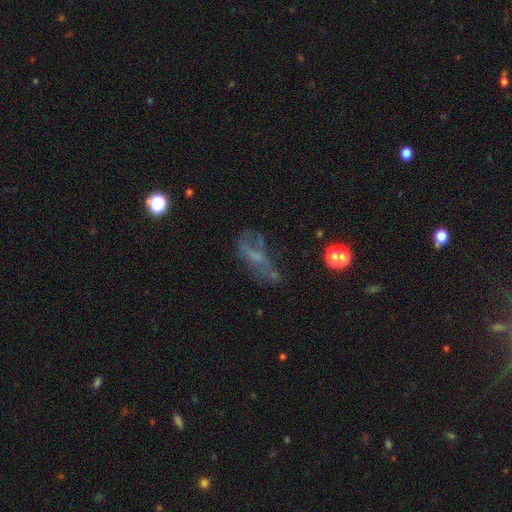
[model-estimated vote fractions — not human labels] This appears to be a featured or disk galaxy (46%). Merging: none (37%).